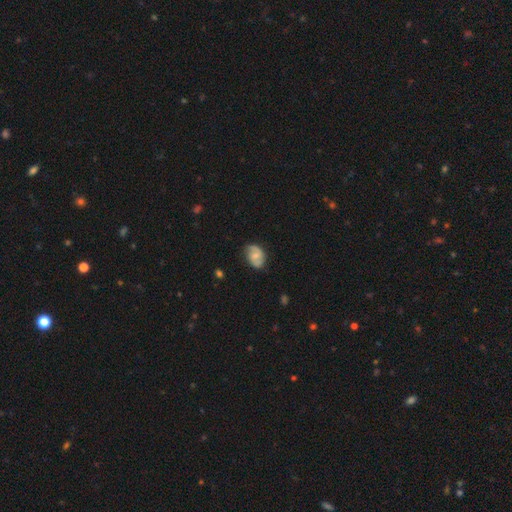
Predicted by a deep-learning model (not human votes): A featured or disk galaxy (56%) with no bar (56%), spiral arms (85%) and a small central bulge (46%). Merging: none (68%).